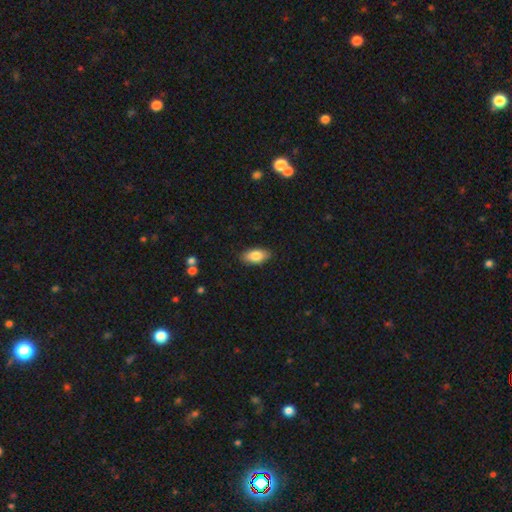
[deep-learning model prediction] This is clearly a smooth galaxy (83%). How rounded: clearly in between (91%). Merging: clearly none (87%).